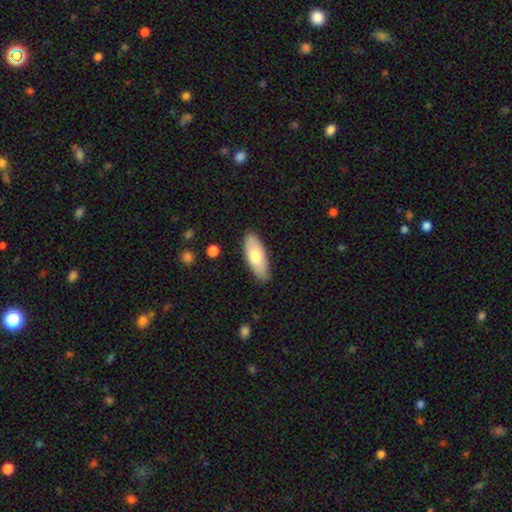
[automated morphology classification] Smooth or featured? smooth (71%)
How rounded? in between (81%)
Merging? none (85%)